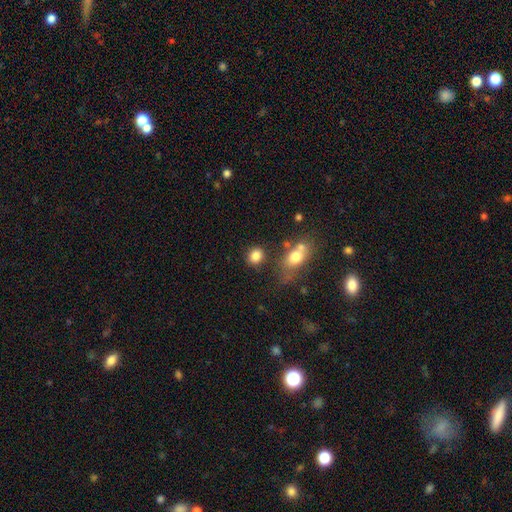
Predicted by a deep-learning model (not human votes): A smooth galaxy with no disk features (84%) that is round (65%). Merging: none (77%).